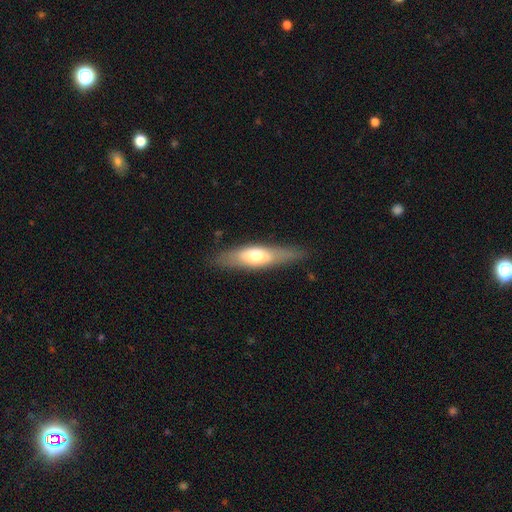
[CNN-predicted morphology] Smooth or featured: smooth — 55% (featured or disk — 40%)
How rounded: cigar-shaped — 59% (in between — 39%)
Merging: none — 80% (minor disturbance — 15%)